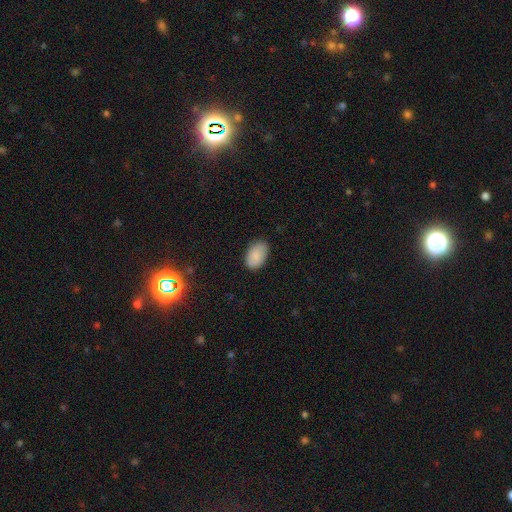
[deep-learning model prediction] Morphology: type=smooth (88%); roundness=in between (92%); merging=none (84%).